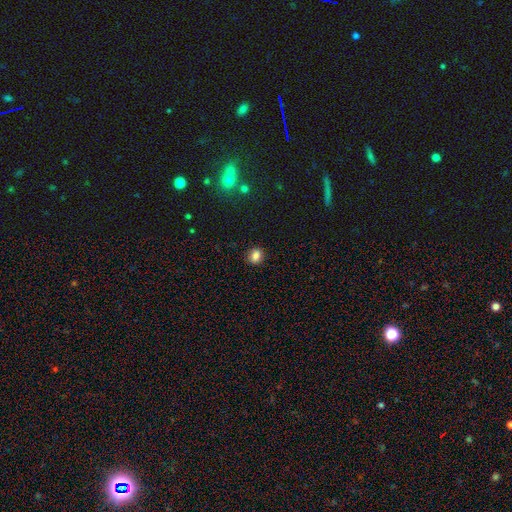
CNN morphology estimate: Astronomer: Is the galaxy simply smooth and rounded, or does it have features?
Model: smooth — 83%.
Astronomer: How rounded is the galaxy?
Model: round — 56% (runner-up: in between, 42%).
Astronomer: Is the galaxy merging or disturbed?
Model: none — 87%.